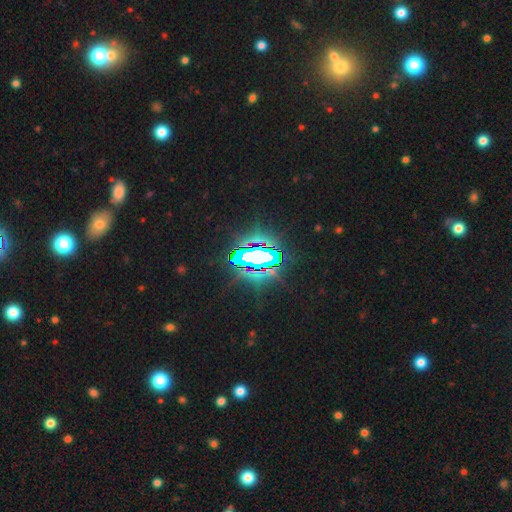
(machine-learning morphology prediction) This appears to be a star or artifact, not a galaxy (75%).